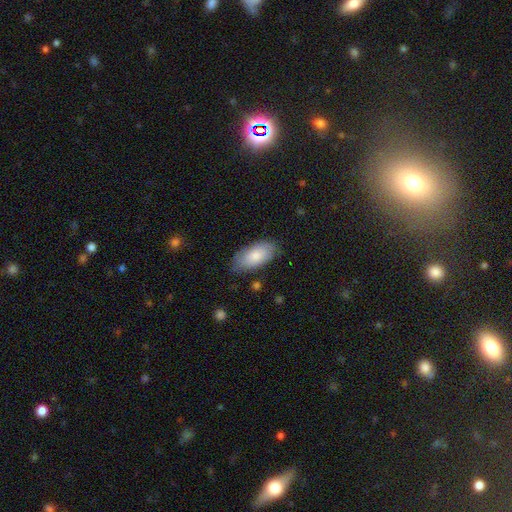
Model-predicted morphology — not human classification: Smooth or featured: smooth — 81% (featured or disk — 13%)
How rounded: in between — 94% (cigar-shaped — 4%)
Merging: none — 77% (minor disturbance — 18%)